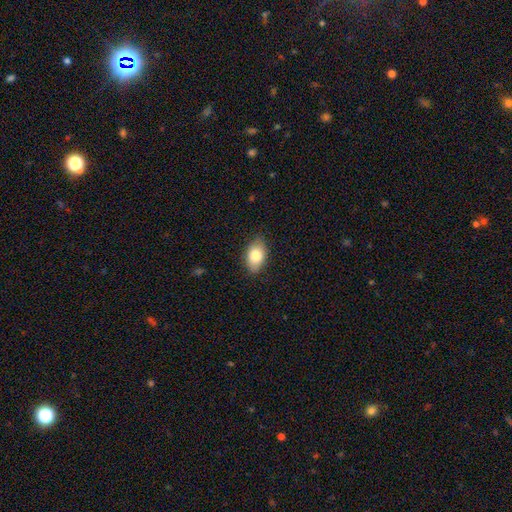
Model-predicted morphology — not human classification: smooth-or-featured: smooth: 82% | featured or disk: 11% | star or artifact: 7%
  how-rounded: in between: 90% | round: 8% | cigar-shaped: 2%
  merging: none: 83% | minor disturbance: 14% | major disturbance: 3% | merger: 1%